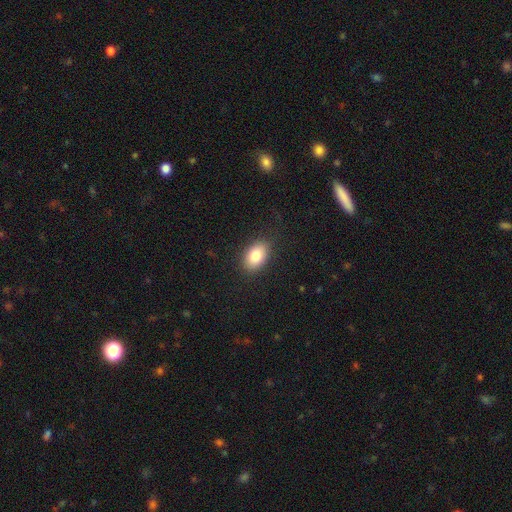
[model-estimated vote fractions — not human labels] Morphology: type=smooth (82%); roundness=in between (86%); merging=none (86%).